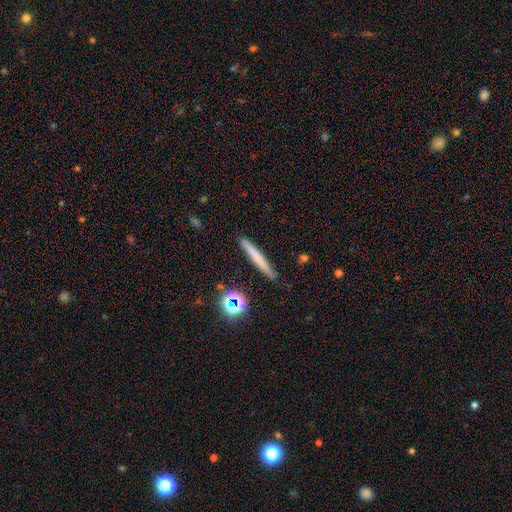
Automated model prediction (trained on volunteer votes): Smooth or featured? Predicted: smooth (p=0.62). How rounded? Predicted: cigar-shaped (p=0.95). Merging? Predicted: none (p=0.89).